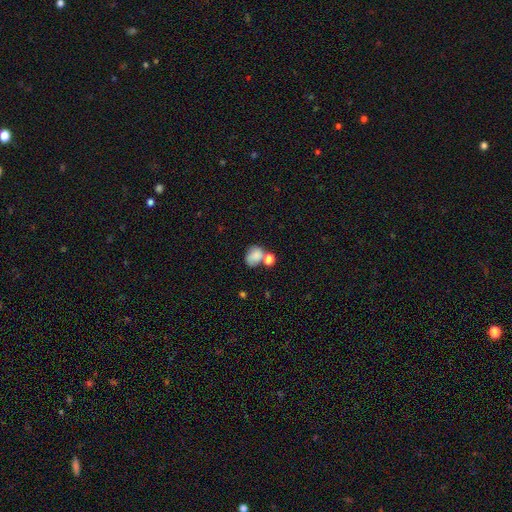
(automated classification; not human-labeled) The model was most divided on "merging": none: 41%, merger: 33%, minor disturbance: 17%, major disturbance: 8%. More confident: smooth or featured — smooth (81%); how rounded — in between (57%).